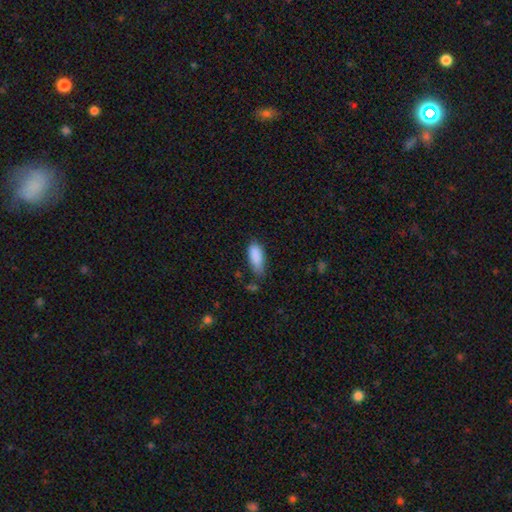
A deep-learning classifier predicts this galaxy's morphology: Overall: smooth (88%). How rounded: in between (82%). Merging: none (58%; minor disturbance 32%).